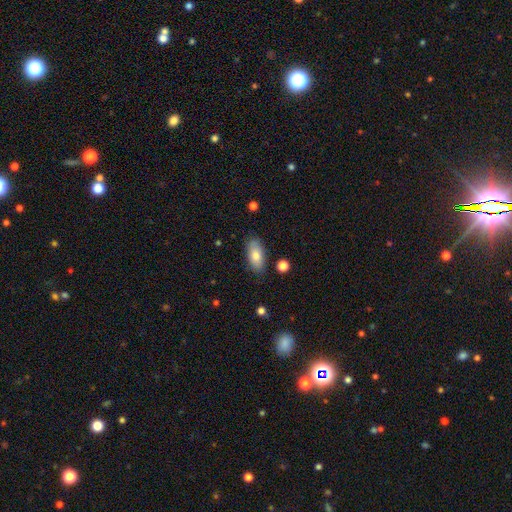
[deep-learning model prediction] Smooth or featured? smooth (79%)
How rounded? in between (89%)
Merging? none (81%)